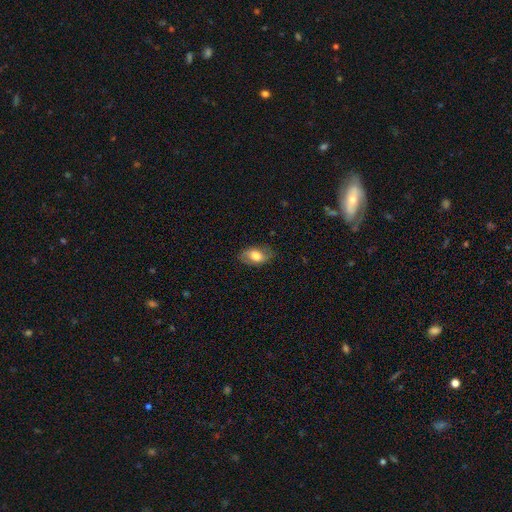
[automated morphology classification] smooth 66%, featured or disk 26%, star or artifact 7%. Down the decision tree: how rounded — in between (90%); merging — none (76%).